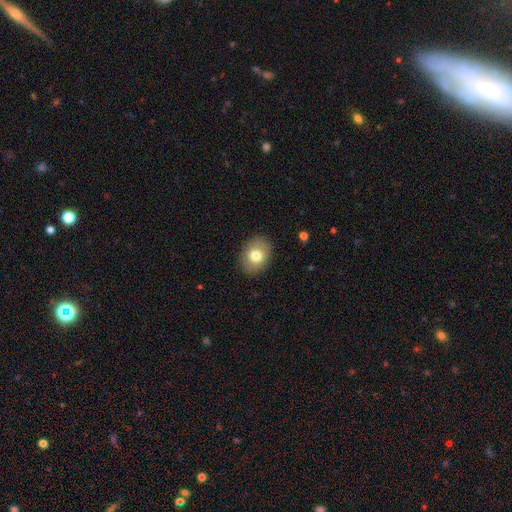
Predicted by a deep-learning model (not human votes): This appears to be a smooth galaxy with no disk features (76%) that is in between round and cigar-shaped (65%). Merging: none (88%).